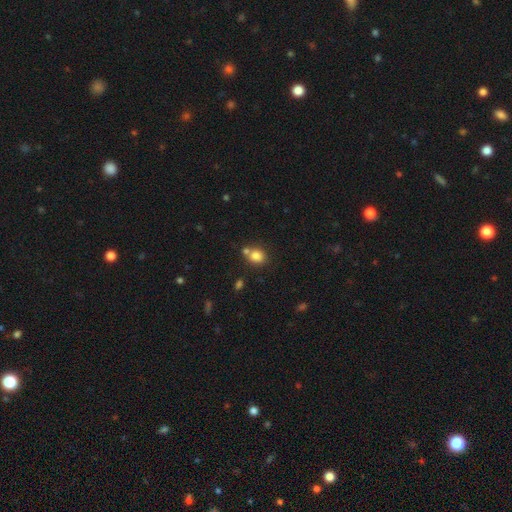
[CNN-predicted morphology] smooth_or_featured: smooth (p=0.82) [alt: star or artifact p=0.11]
how_rounded: round (p=0.69) [alt: in between p=0.30]
merging: none (p=0.59) [alt: merger p=0.26]